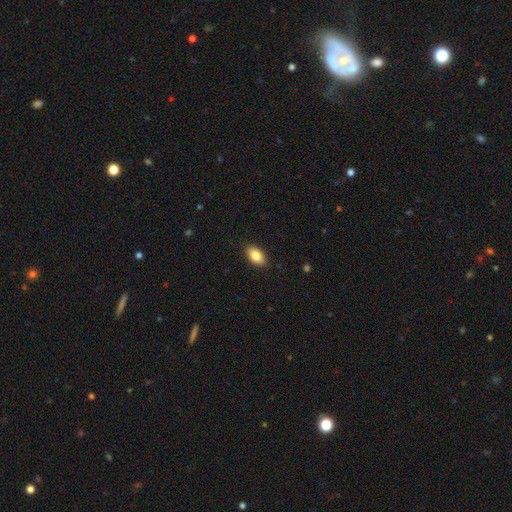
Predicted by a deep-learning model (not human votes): A smooth galaxy with no disk features (85%) that is in between round and cigar-shaped (92%). Merging: none (89%).